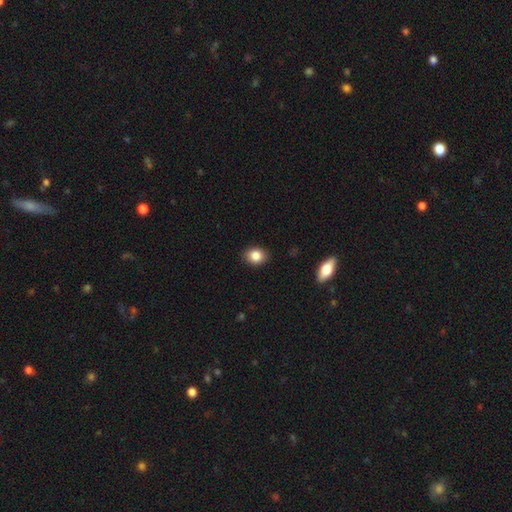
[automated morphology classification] Smooth or featured?
  - smooth: 85% *
  - star or artifact: 9%
  - featured or disk: 6%
How rounded?
  - in between: 52% *
  - round: 47%
  - cigar-shaped: 1%
Merging?
  - none: 88% *
  - minor disturbance: 8%
  - major disturbance: 2%
  - merger: 1%